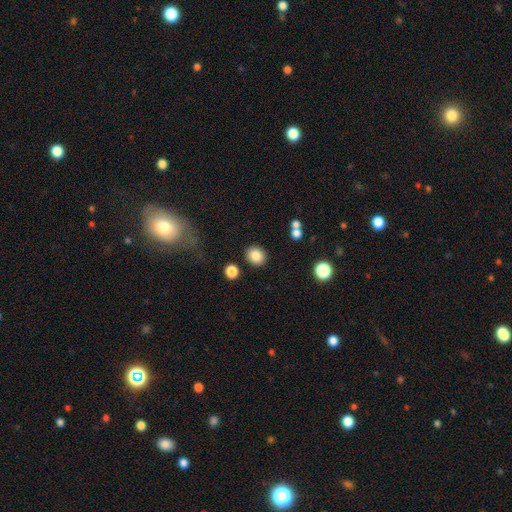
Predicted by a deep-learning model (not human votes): This is clearly a smooth galaxy (85%). How rounded: likely round (70%). Merging: clearly none (86%).